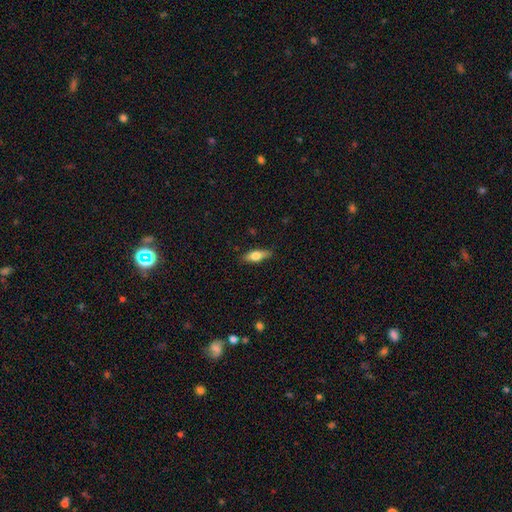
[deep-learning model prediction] smooth 68%, featured or disk 25%, star or artifact 7%. Down the decision tree: how rounded — in between (70%); merging — none (82%).